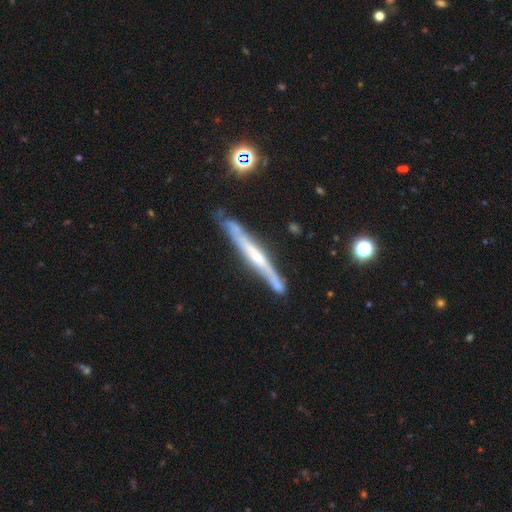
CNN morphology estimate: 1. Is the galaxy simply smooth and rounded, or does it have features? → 72% featured or disk, 22% smooth, 6% star or artifact.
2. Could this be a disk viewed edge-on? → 93% yes, 7% no.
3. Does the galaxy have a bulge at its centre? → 44% none, 43% rounded, 13% boxy.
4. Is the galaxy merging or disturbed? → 76% none, 17% minor disturbance, 4% merger, 3% major disturbance.